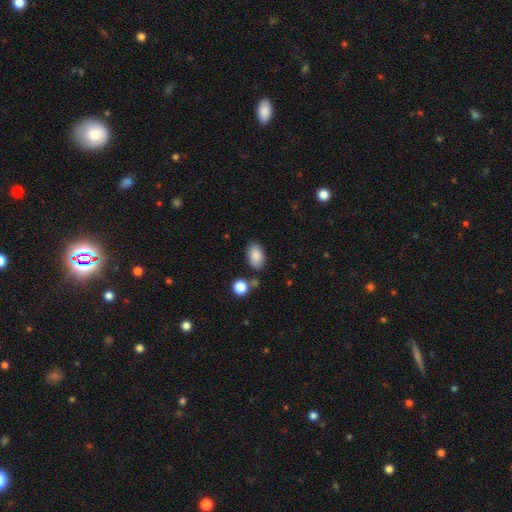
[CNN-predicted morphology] A smooth galaxy with no disk features (87%) that is in between round and cigar-shaped (92%). Merging: none (79%).